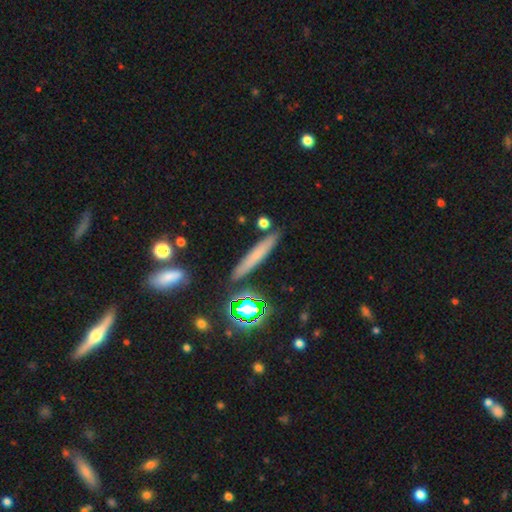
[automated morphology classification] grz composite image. It shows a smooth galaxy with no disk features (60%) that is cigar-shaped (88%). Merging: none (85%).